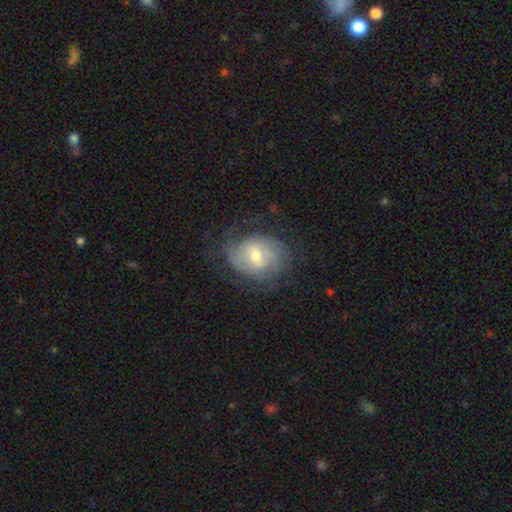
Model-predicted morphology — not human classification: A featured or disk galaxy (66%) with a weak bar (51%), spiral arms (79%) and a moderate central bulge (63%). Merging: none (61%).